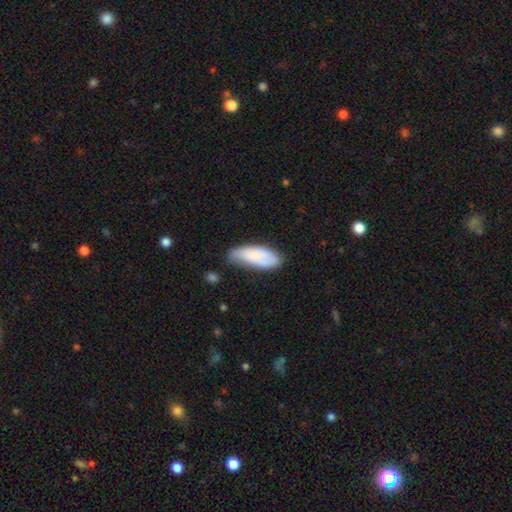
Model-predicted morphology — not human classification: smooth_or_featured: smooth (p=0.75) [alt: featured or disk p=0.19]
how_rounded: in between (p=0.76) [alt: cigar-shaped p=0.23]
merging: none (p=0.58) [alt: minor disturbance p=0.33]